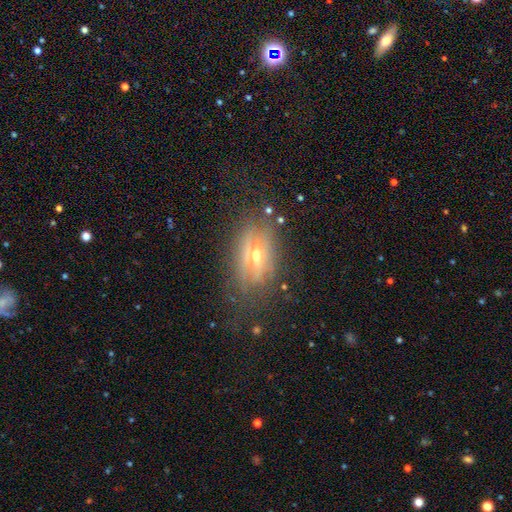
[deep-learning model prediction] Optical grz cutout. It shows a featured or disk galaxy (54%) viewed edge-on (57%). Merging: none (69%).